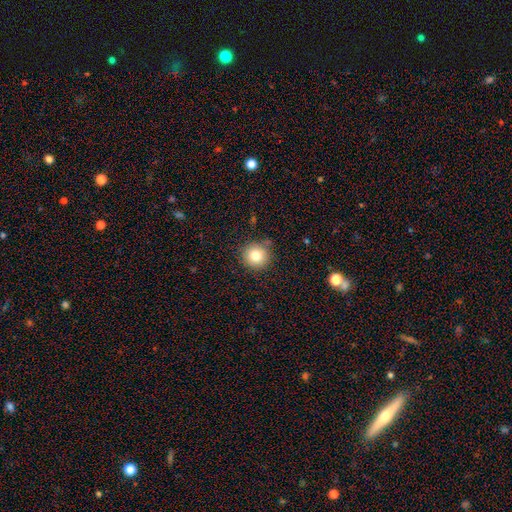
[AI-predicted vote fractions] A smooth galaxy with no disk features (81%) that is round (93%). Merging: none (85%).